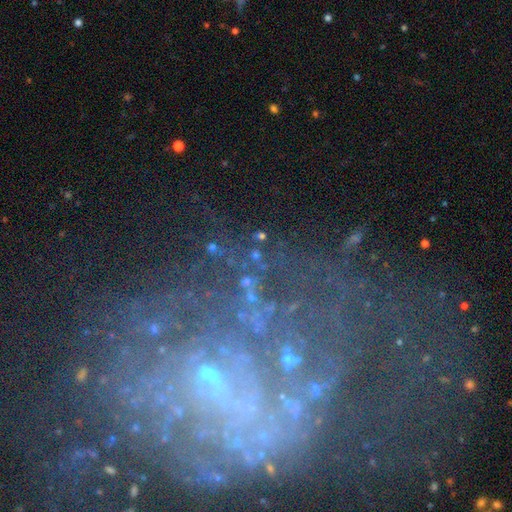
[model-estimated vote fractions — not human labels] smooth_or_featured: featured or disk (p=0.69) [alt: star or artifact p=0.20]
disk_edge_on: no (p=0.97) [alt: yes p=0.03]
bar: no (p=0.60) [alt: weak p=0.28]
has_spiral_arms: yes (p=0.62) [alt: no p=0.38]
bulge_size: small (p=0.57) [alt: none p=0.31]
merging: none (p=0.51) [alt: major disturbance p=0.26]